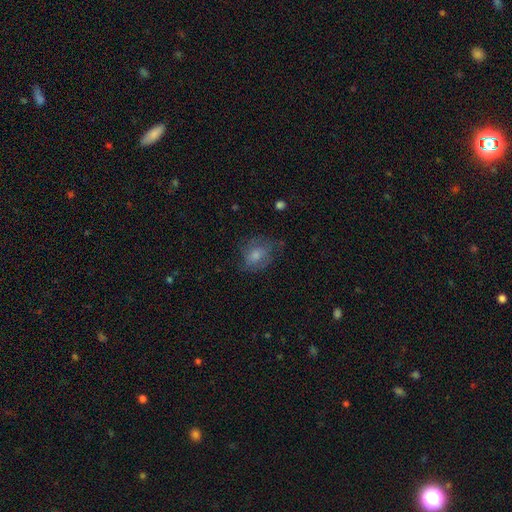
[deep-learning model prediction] smooth-or-featured: smooth: 57% | featured or disk: 32% | star or artifact: 11%
  how-rounded: in between: 56% | round: 43% | cigar-shaped: 1%
  merging: none: 57% | minor disturbance: 25% | major disturbance: 16% | merger: 2%